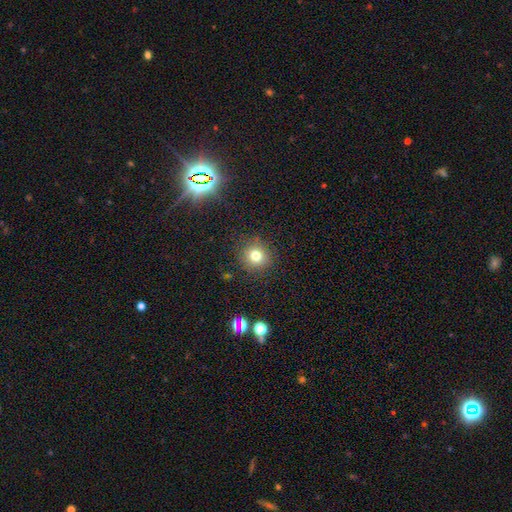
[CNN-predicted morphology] Q: Smooth or featured?
A: smooth (77%); runner-up: star or artifact (15%)
Q: How rounded?
A: round (92%); runner-up: in between (7%)
Q: Merging?
A: none (88%); runner-up: minor disturbance (7%)